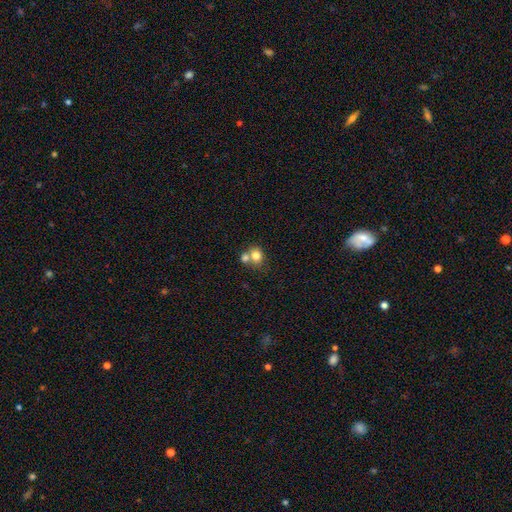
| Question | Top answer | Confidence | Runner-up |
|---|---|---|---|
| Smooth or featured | smooth | 84% | featured or disk (8%) |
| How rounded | round | 59% | in between (41%) |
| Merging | merger | 46% | none (40%) |